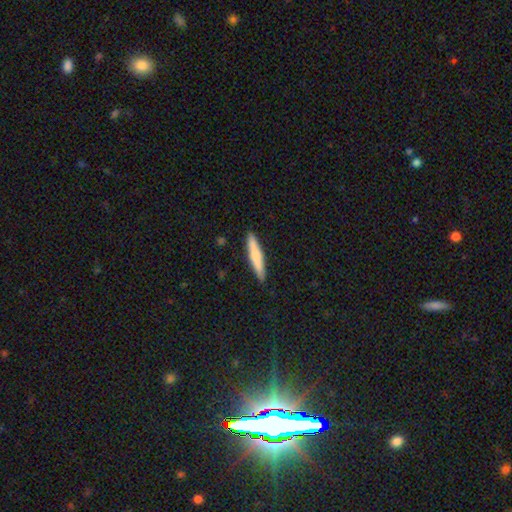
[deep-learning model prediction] Morphology: type=smooth (66%); roundness=cigar-shaped (91%); merging=none (90%).